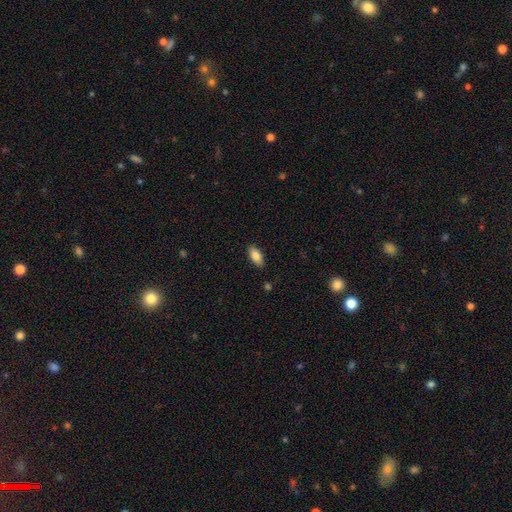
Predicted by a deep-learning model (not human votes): Smooth or featured? Predicted: smooth (p=0.84). How rounded? Predicted: in between (p=0.88). Merging? Predicted: none (p=0.87).